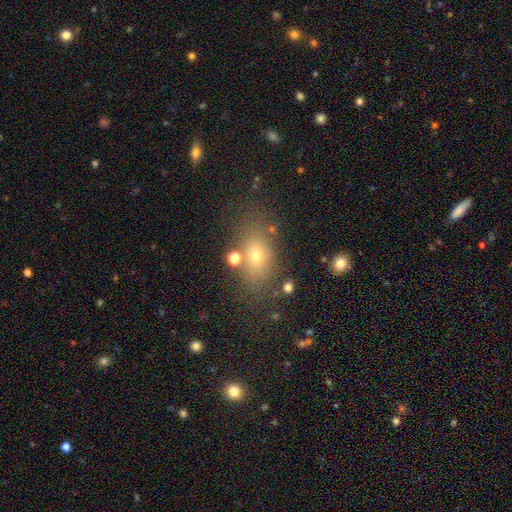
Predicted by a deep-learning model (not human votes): smooth_or_featured: smooth (p=0.67) [alt: featured or disk p=0.17]
how_rounded: in between (p=0.81) [alt: round p=0.16]
merging: none (p=0.74) [alt: minor disturbance p=0.13]